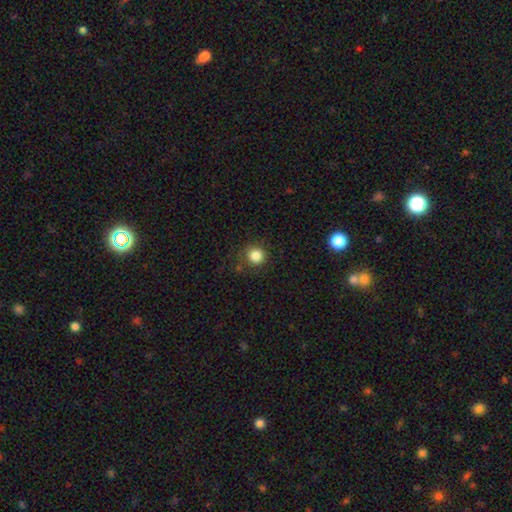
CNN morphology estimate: Overall: smooth (84%). How rounded: round (93%). Merging: none (83%).